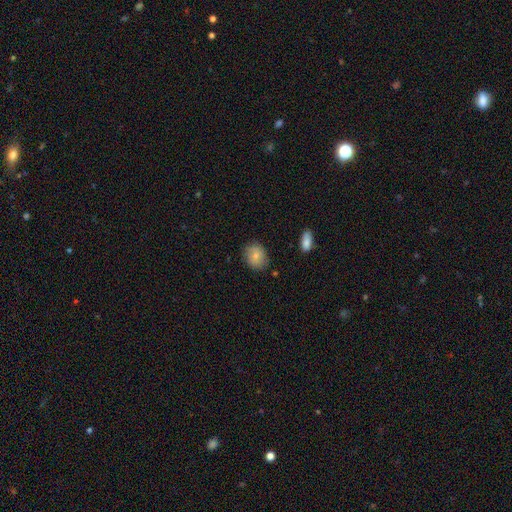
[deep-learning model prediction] Smooth or featured? Predicted: smooth (p=0.79). How rounded? Predicted: in between (p=0.52). Merging? Predicted: none (p=0.81).